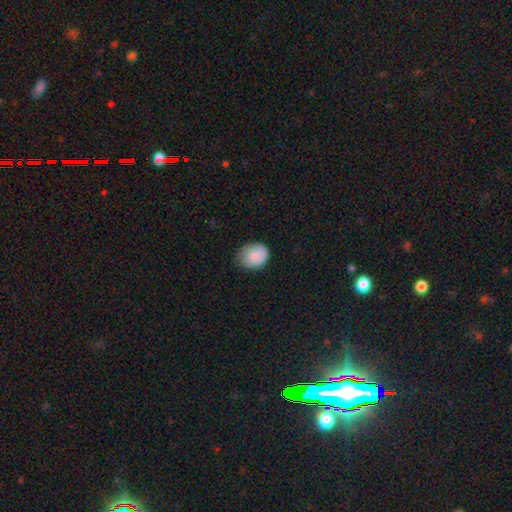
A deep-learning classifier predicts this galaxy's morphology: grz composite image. It shows a smooth galaxy with no disk features (85%) that is round (56%). Merging: none (64%).